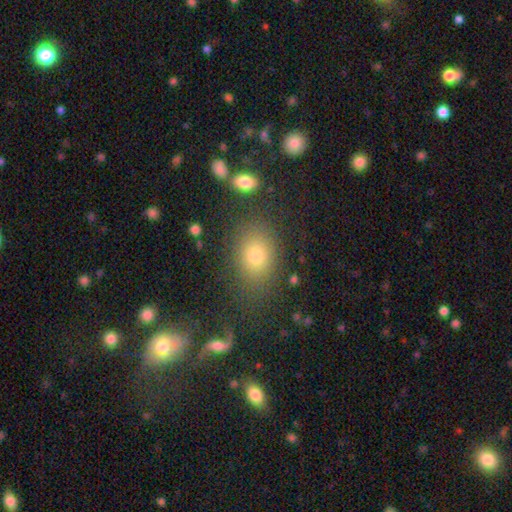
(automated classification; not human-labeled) A smooth galaxy with no disk features (74%) that is in between round and cigar-shaped (70%).

Vote fractions:
- Smooth or featured? smooth: 74% / star or artifact: 14% / featured or disk: 13%
- How rounded? in between: 70% / round: 28% / cigar-shaped: 2%
- Merging? none: 77% / minor disturbance: 13% / major disturbance: 6% / merger: 4%